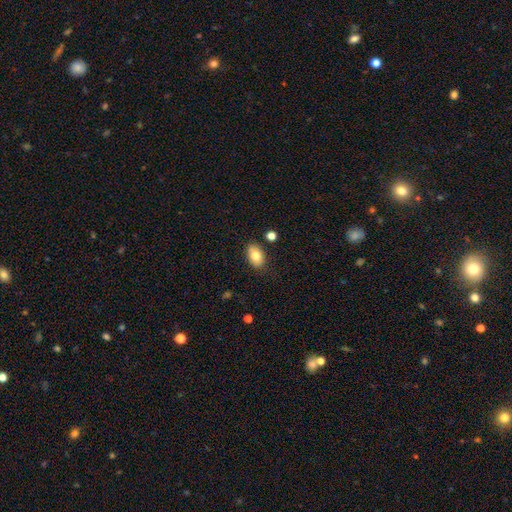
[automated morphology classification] Overall: smooth (78%). How rounded: in between (88%). Merging: none (82%).